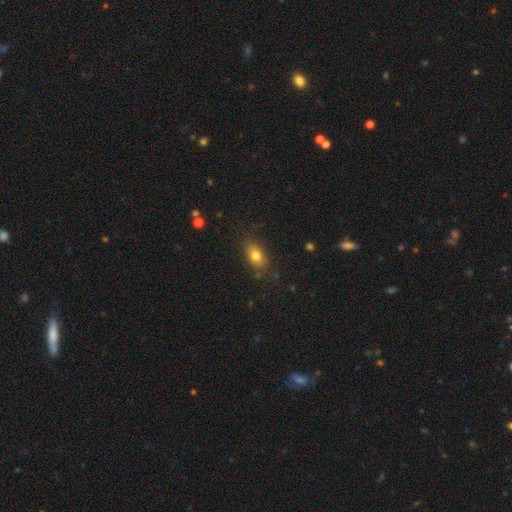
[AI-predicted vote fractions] This appears to be a smooth galaxy with no disk features (79%) that is in between round and cigar-shaped (79%). Merging: none (80%).